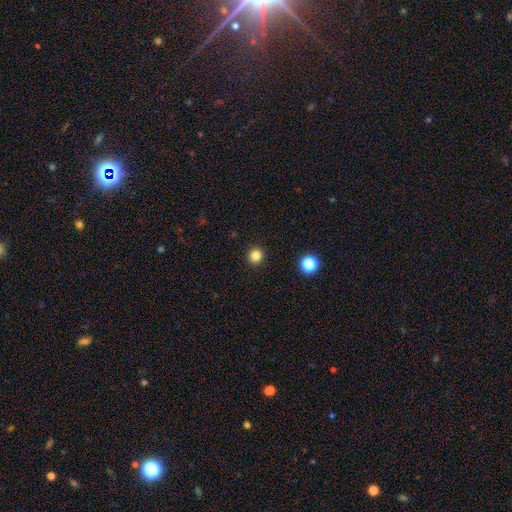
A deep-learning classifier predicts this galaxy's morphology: Overall: smooth (83%). How rounded: round (95%). Merging: none (93%).